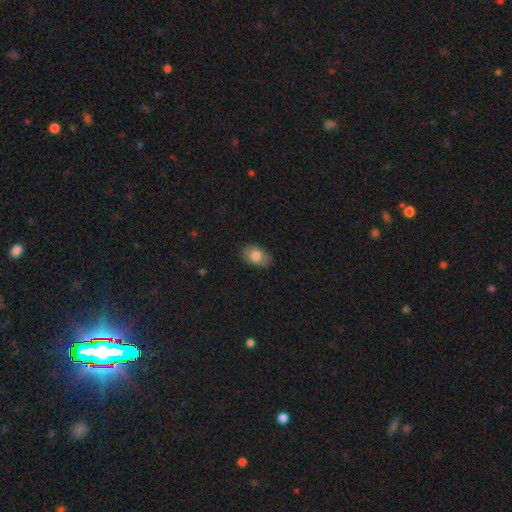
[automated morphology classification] Overall: smooth (80%). How rounded: in between (86%). Merging: none (85%).